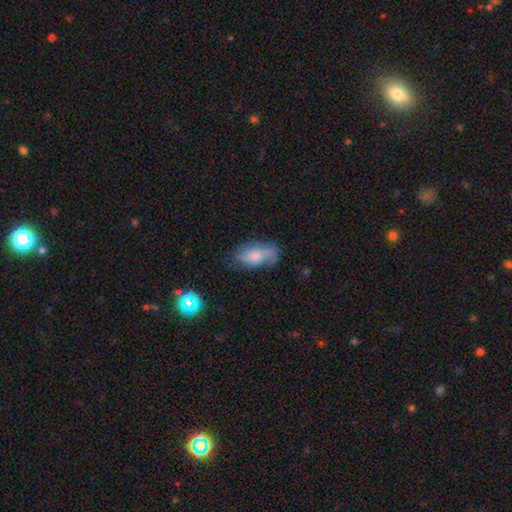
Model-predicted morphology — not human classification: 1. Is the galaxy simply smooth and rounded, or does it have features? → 45% featured or disk (tied), 45% smooth (tied), 9% star or artifact.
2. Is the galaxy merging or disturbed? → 61% none, 26% minor disturbance, 11% major disturbance, 2% merger.